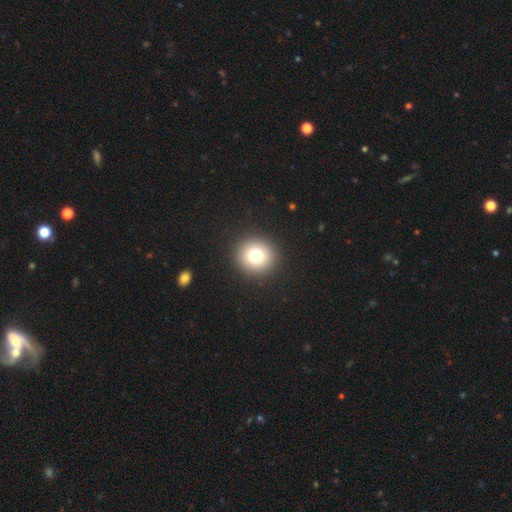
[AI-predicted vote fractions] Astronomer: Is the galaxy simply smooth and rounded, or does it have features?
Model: smooth — 78%.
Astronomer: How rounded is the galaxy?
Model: round — 91%.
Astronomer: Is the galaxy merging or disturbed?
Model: none — 92%.